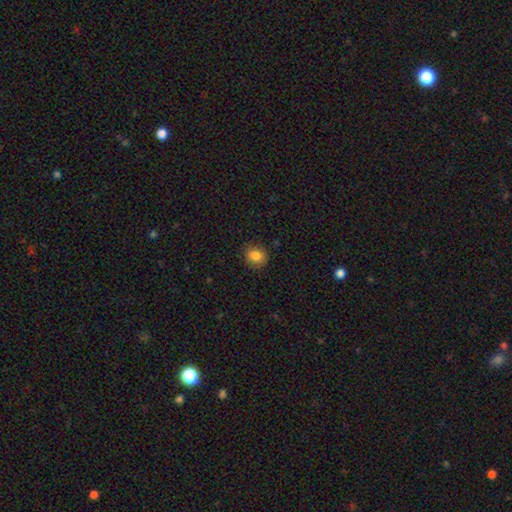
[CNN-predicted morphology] Smooth or featured: smooth — 83% (star or artifact — 10%)
How rounded: round — 71% (in between — 28%)
Merging: none — 83% (minor disturbance — 13%)